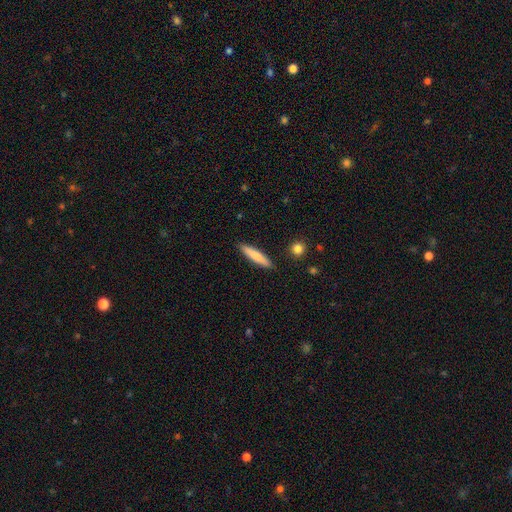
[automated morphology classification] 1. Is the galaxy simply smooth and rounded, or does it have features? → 76% smooth, 19% featured or disk, 5% star or artifact.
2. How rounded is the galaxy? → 86% cigar-shaped, 12% in between, 1% round.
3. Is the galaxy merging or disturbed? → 89% none, 8% minor disturbance, 2% major disturbance, 1% merger.